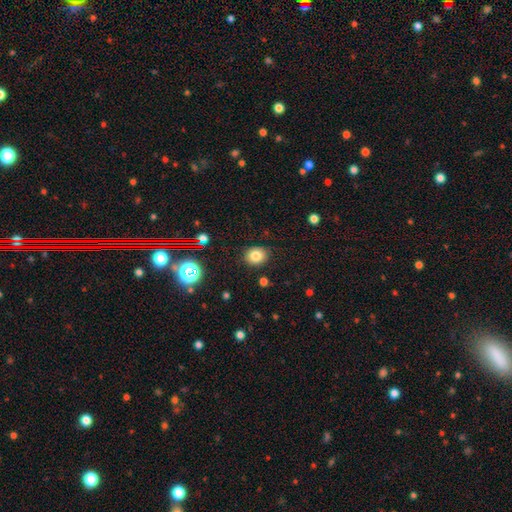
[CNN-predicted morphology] A smooth galaxy with no disk features (79%) that is round (67%).

Vote fractions:
- Smooth or featured? smooth: 79% / star or artifact: 13% / featured or disk: 8%
- How rounded? round: 67% / in between: 32% / cigar-shaped: 1%
- Merging? none: 86% / minor disturbance: 10% / major disturbance: 3% / merger: 2%